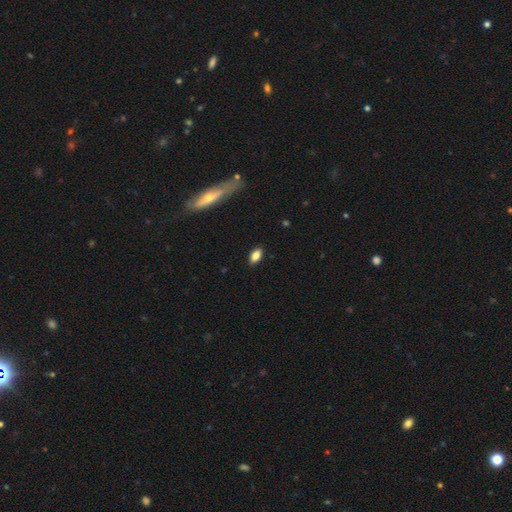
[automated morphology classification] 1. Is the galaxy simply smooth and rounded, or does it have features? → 84% smooth, 8% star or artifact, 8% featured or disk.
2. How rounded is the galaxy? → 89% in between, 6% cigar-shaped, 5% round.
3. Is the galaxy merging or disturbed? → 88% none, 9% minor disturbance, 2% major disturbance, 1% merger.